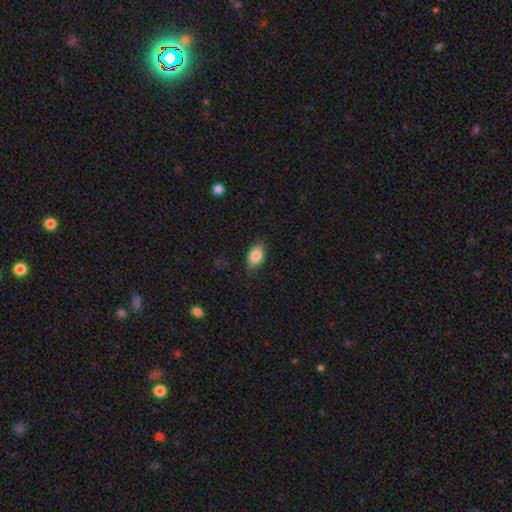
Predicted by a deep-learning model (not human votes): smooth_or_featured: smooth (p=0.85) [alt: featured or disk p=0.08]
how_rounded: in between (p=0.89) [alt: round p=0.09]
merging: none (p=0.83) [alt: minor disturbance p=0.13]